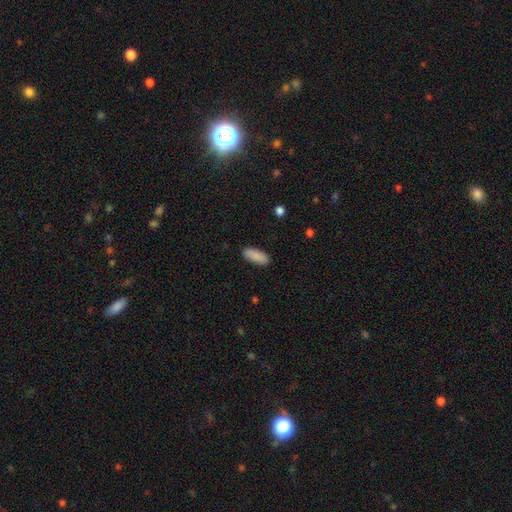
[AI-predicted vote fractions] Smooth or featured?
  - smooth: 89% *
  - star or artifact: 6%
  - featured or disk: 4%
How rounded?
  - in between: 79% *
  - cigar-shaped: 20%
  - round: 2%
Merging?
  - none: 88% *
  - minor disturbance: 9%
  - major disturbance: 2%
  - merger: 1%